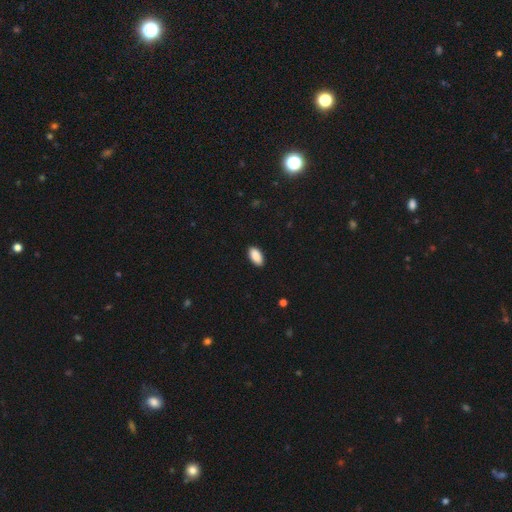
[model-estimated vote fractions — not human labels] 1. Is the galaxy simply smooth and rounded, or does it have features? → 91% smooth, 6% star or artifact, 3% featured or disk.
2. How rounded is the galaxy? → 93% in between, 4% cigar-shaped, 2% round.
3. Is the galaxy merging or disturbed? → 89% none, 8% minor disturbance, 2% major disturbance, 1% merger.